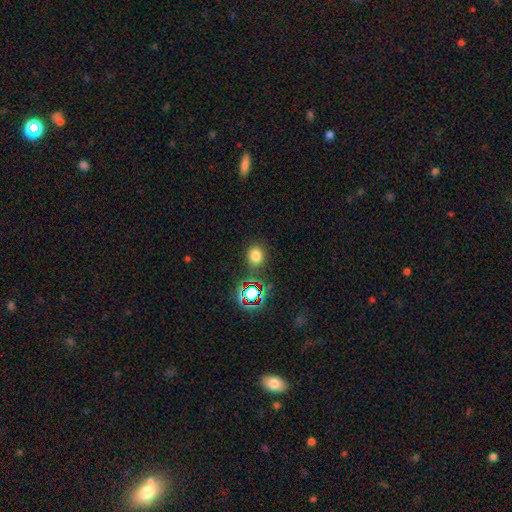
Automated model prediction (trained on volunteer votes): Smooth or featured: smooth — 73% (star or artifact — 21%)
How rounded: round — 69% (in between — 30%)
Merging: none — 80% (minor disturbance — 11%)